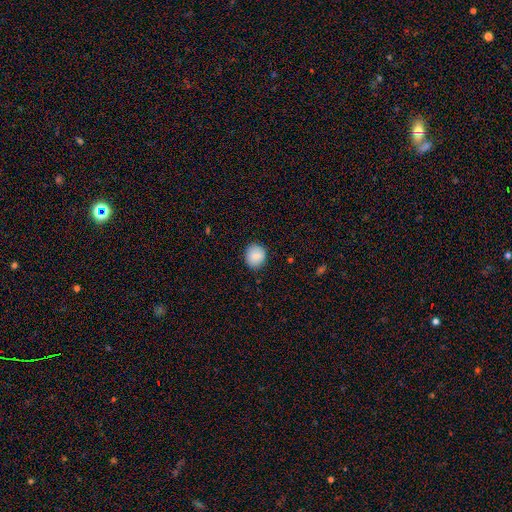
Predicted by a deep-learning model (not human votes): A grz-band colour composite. It shows a smooth galaxy with no disk features (83%) that is round (78%). Merging: none (85%).